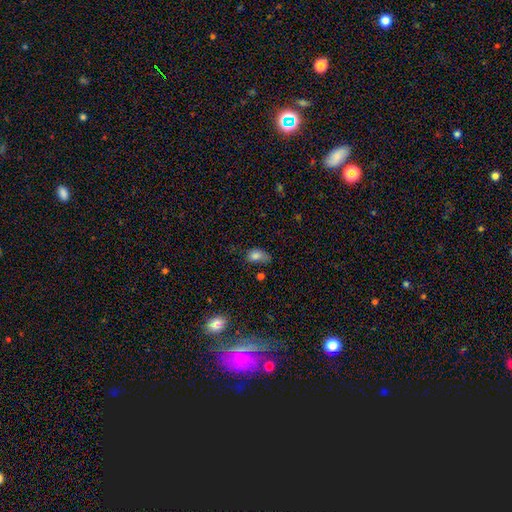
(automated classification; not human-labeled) The model was most divided on "merging": minor disturbance: 38%, none: 31%, major disturbance: 24%, merger: 7%. More confident: how rounded — in between (82%); smooth or featured — smooth (79%).